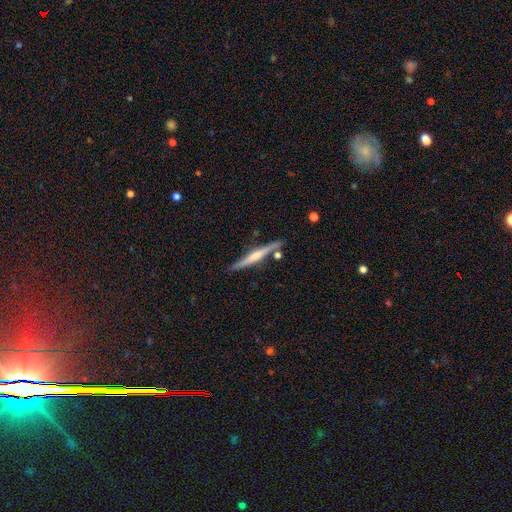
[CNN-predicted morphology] Smooth or featured?
  - featured or disk: 64% *
  - smooth: 30%
  - star or artifact: 5%
Edge-on disk?
  - yes: 97% *
  - no: 3%
Edge-on bulge?
  - rounded: 64% *
  - none: 20%
  - boxy: 15%
Merging?
  - none: 81% *
  - minor disturbance: 11%
  - merger: 6%
  - major disturbance: 2%